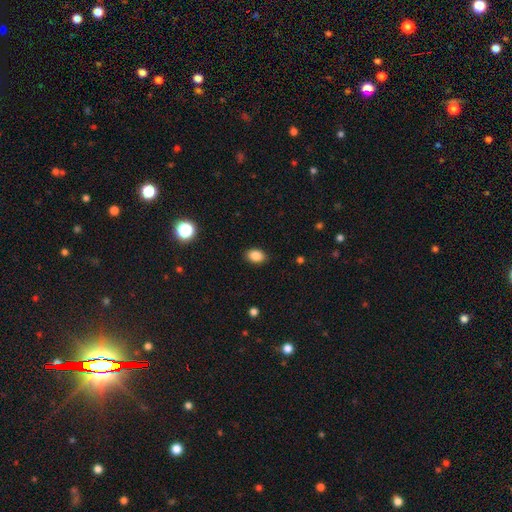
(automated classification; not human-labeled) Smooth or featured?
  - smooth: 87% *
  - star or artifact: 9%
  - featured or disk: 4%
How rounded?
  - in between: 82% *
  - round: 17%
  - cigar-shaped: 1%
Merging?
  - none: 88% *
  - minor disturbance: 9%
  - major disturbance: 2%
  - merger: 1%